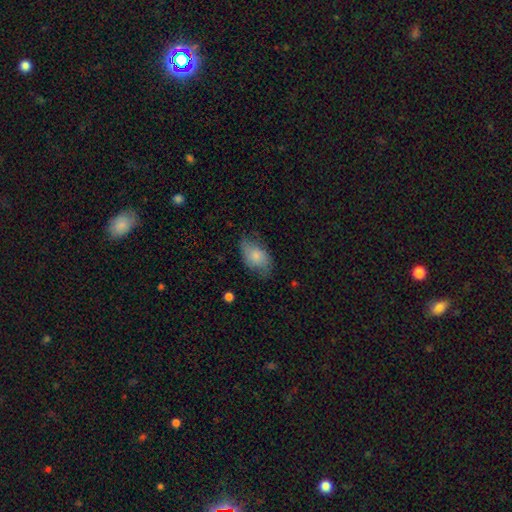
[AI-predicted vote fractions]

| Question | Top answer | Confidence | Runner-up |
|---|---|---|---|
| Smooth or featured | smooth | 76% | featured or disk (17%) |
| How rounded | in between | 90% | round (8%) |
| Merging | none | 59% | minor disturbance (30%) |